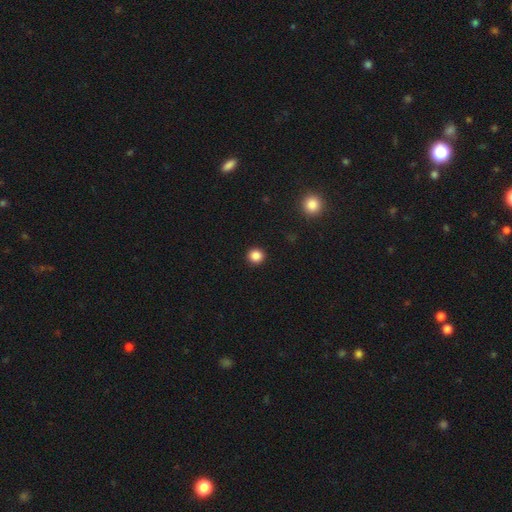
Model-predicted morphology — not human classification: smooth 85%, star or artifact 11%, featured or disk 3%. Down the decision tree: how rounded — round (94%); merging — none (93%).